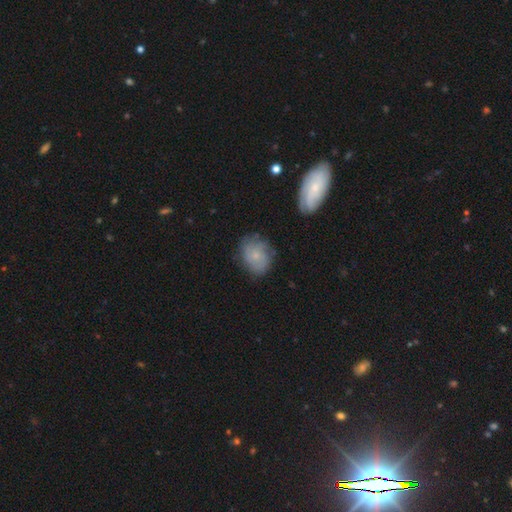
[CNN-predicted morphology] smooth-or-featured: smooth: 50% | featured or disk: 41% | star or artifact: 9%
  how-rounded: round: 55% | in between: 44% | cigar-shaped: 1%
  merging: none: 70% | minor disturbance: 21% | major disturbance: 7% | merger: 2%